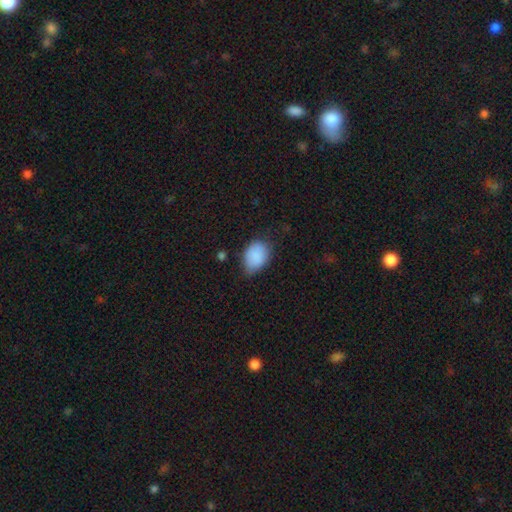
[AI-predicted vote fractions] Smooth or featured: smooth — 87% (star or artifact — 7%)
How rounded: in between — 76% (round — 23%)
Merging: none — 58% (minor disturbance — 33%)